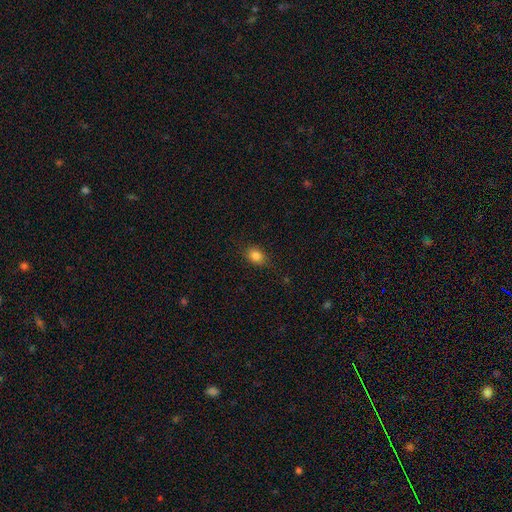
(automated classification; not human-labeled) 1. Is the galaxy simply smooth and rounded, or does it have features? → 84% smooth, 10% star or artifact, 5% featured or disk.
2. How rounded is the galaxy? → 64% in between, 35% round, 1% cigar-shaped.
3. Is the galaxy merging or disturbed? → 82% none, 13% minor disturbance, 3% major disturbance, 1% merger.